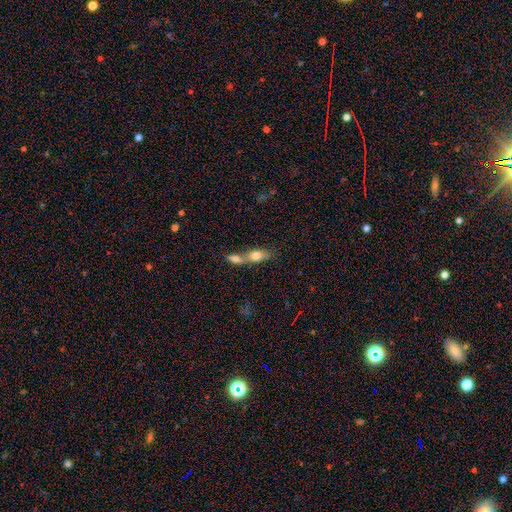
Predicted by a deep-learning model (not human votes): The model was most divided on "merging": merger: 65%, none: 25%, minor disturbance: 7%, major disturbance: 3%. More confident: how rounded — in between (74%); smooth or featured — smooth (73%).